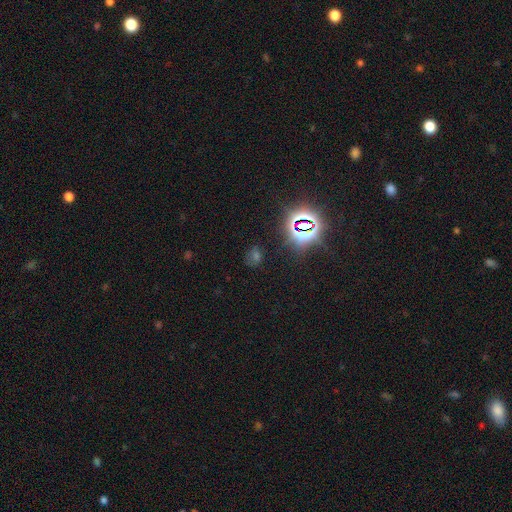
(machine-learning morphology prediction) Smooth or featured?
  - star or artifact: 59% *
  - smooth: 31%
  - featured or disk: 10%